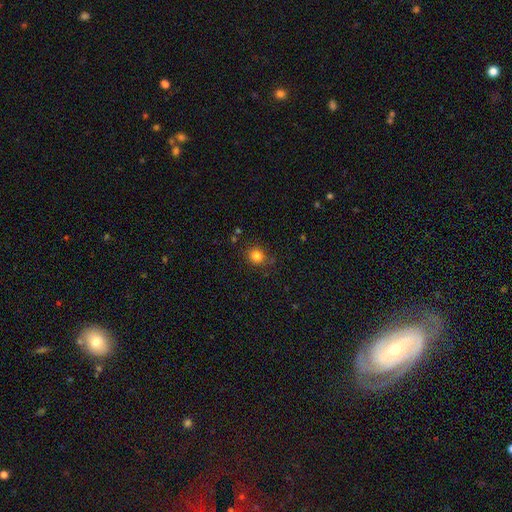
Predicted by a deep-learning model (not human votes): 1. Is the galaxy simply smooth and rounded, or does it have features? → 82% smooth, 13% star or artifact, 5% featured or disk.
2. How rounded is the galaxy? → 84% round, 15% in between, 1% cigar-shaped.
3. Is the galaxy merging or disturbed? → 82% none, 12% minor disturbance, 3% major disturbance, 2% merger.